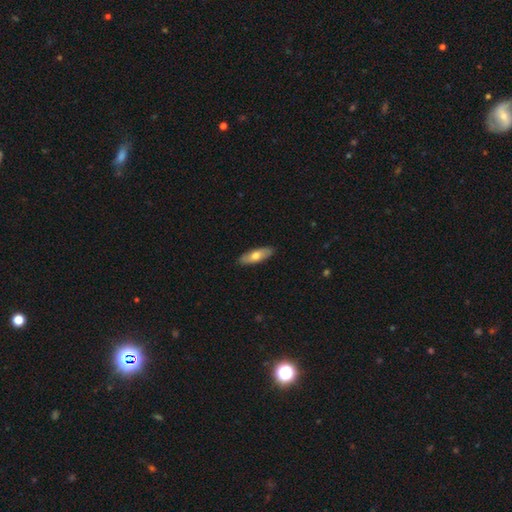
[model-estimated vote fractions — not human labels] Smooth or featured? Predicted: smooth (p=0.66). How rounded? Predicted: in between (p=0.59). Merging? Predicted: none (p=0.90).